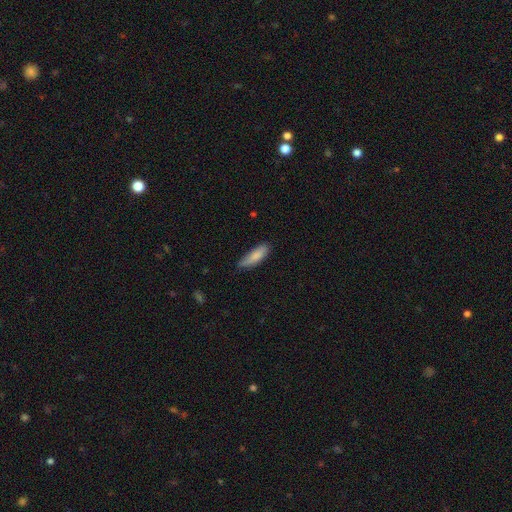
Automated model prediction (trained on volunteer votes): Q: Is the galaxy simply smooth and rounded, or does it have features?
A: smooth — 84%.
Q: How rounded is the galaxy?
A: cigar-shaped — 51%.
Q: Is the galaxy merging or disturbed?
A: none — 66%.